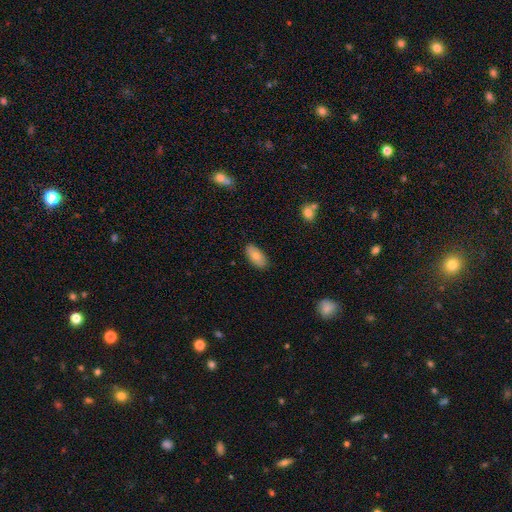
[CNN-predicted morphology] Q: Smooth or featured?
A: smooth (76%); runner-up: featured or disk (17%)
Q: How rounded?
A: in between (93%); runner-up: cigar-shaped (4%)
Q: Merging?
A: none (87%); runner-up: minor disturbance (10%)